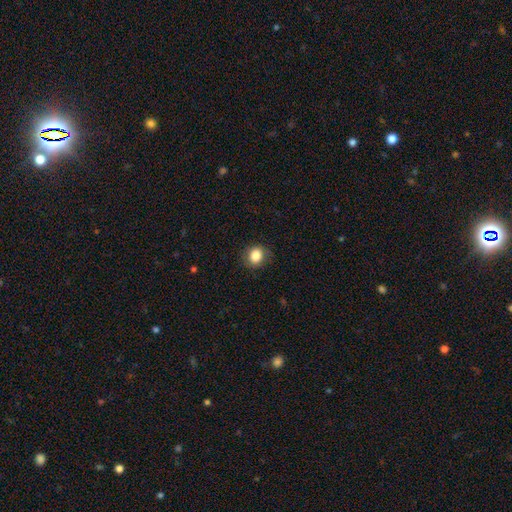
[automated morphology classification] Smooth or featured: smooth — 85% (star or artifact — 9%)
How rounded: round — 72% (in between — 27%)
Merging: none — 84% (minor disturbance — 12%)